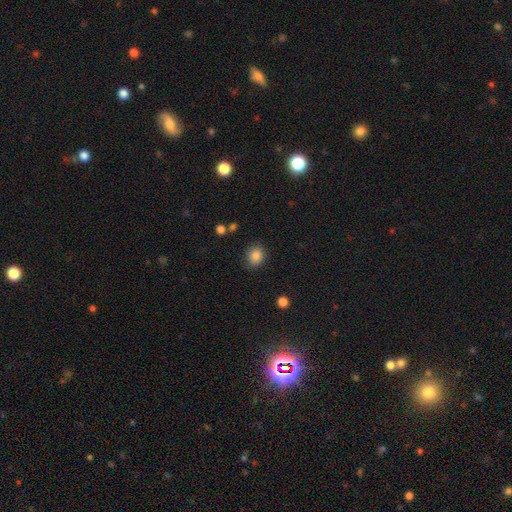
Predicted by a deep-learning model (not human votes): The model was most divided on "how rounded": round: 61%, in between: 38%, cigar-shaped: 1%. More confident: smooth or featured — smooth (86%); merging — none (83%).